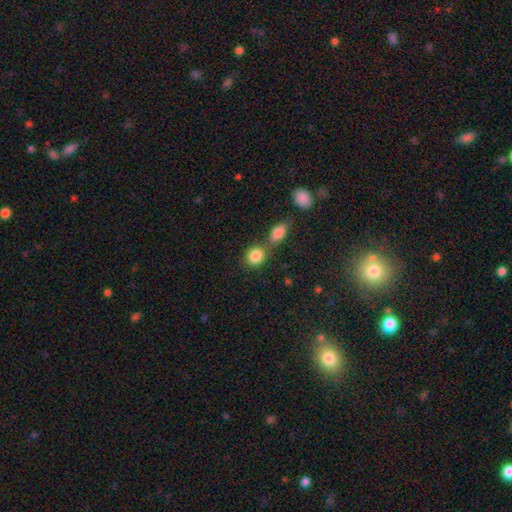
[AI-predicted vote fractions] Smooth or featured? smooth (85%)
How rounded? round (61%)
Merging? none (49%)